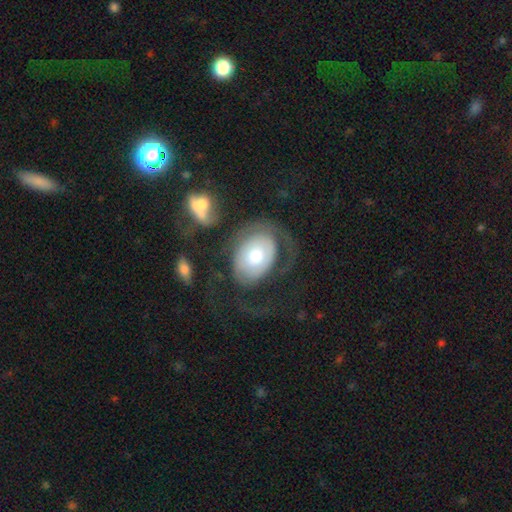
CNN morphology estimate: Smooth or featured?
  - featured or disk: 58% *
  - smooth: 36%
  - star or artifact: 6%
Edge-on disk?
  - no: 95% *
  - yes: 5%
Bar?
  - no: 82% *
  - weak: 14%
  - strong: 4%
Spiral arms?
  - yes: 65% *
  - no: 35%
Bulge size?
  - moderate: 54% *
  - small: 22%
  - large: 19%
  - dominant: 4%
  - none: 2%
Merging?
  - none: 41% *
  - major disturbance: 35%
  - minor disturbance: 17%
  - merger: 7%